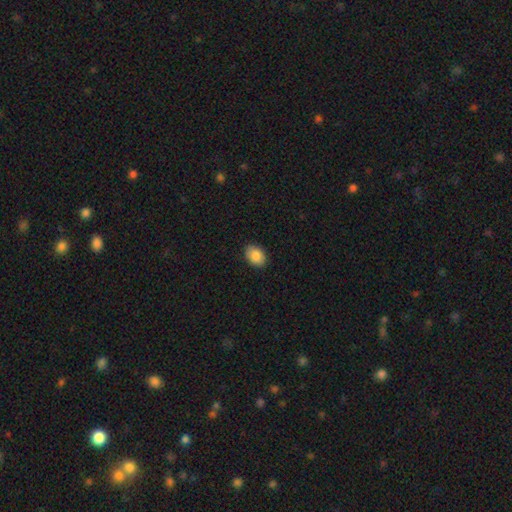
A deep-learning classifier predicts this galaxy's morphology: This appears to be a smooth galaxy with no disk features (87%) that is in between round and cigar-shaped (82%). Merging: none (90%).